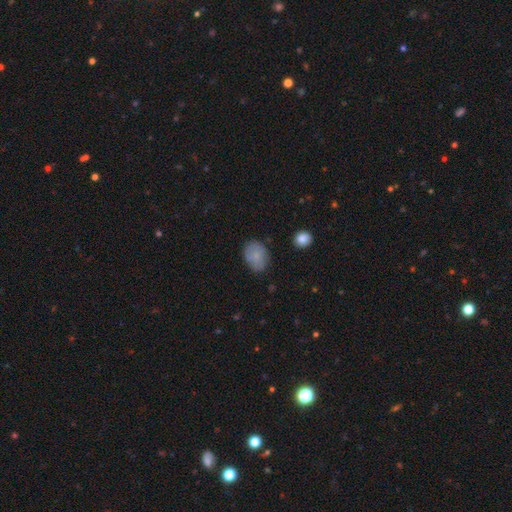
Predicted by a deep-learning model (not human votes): Smooth or featured: smooth — 79% (featured or disk — 13%)
How rounded: in between — 71% (round — 28%)
Merging: none — 72% (minor disturbance — 21%)